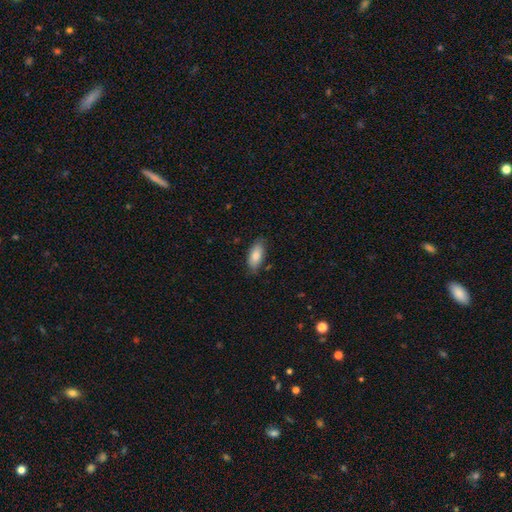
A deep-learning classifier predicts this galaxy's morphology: smooth-or-featured: smooth: 81% | featured or disk: 13% | star or artifact: 6%
  how-rounded: in between: 86% | cigar-shaped: 12% | round: 2%
  merging: none: 79% | minor disturbance: 17% | major disturbance: 3% | merger: 1%